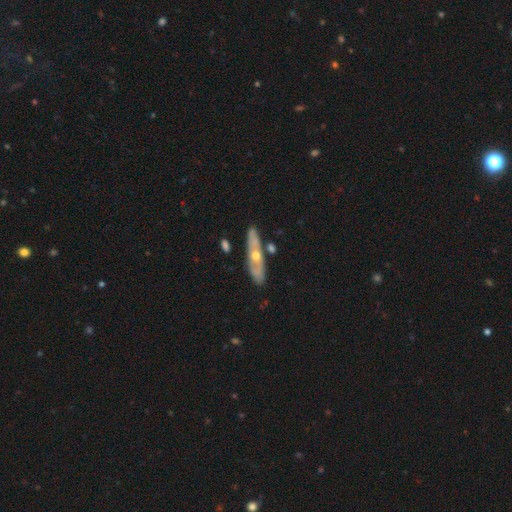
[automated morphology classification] Smooth or featured? featured or disk (61%)
Edge-on disk? yes (52%)
Merging? none (79%)